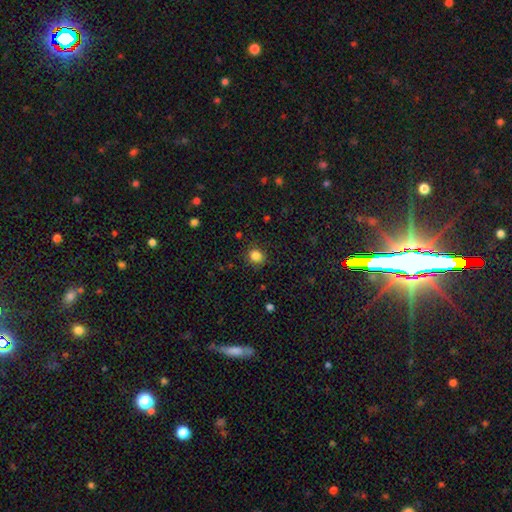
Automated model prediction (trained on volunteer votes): smooth-or-featured: smooth: 85% | star or artifact: 12% | featured or disk: 4%
  how-rounded: round: 83% | in between: 16% | cigar-shaped: 1%
  merging: none: 87% | minor disturbance: 9% | major disturbance: 3% | merger: 1%